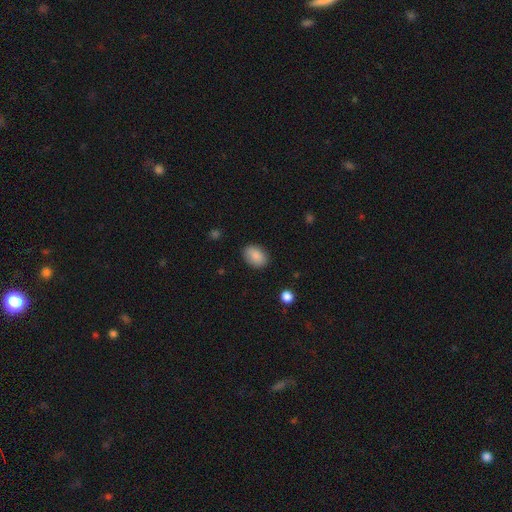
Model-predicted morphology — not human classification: smooth-or-featured: smooth: 88% | star or artifact: 7% | featured or disk: 5%
  how-rounded: in between: 80% | round: 19% | cigar-shaped: 1%
  merging: none: 86% | minor disturbance: 11% | major disturbance: 3% | merger: 1%